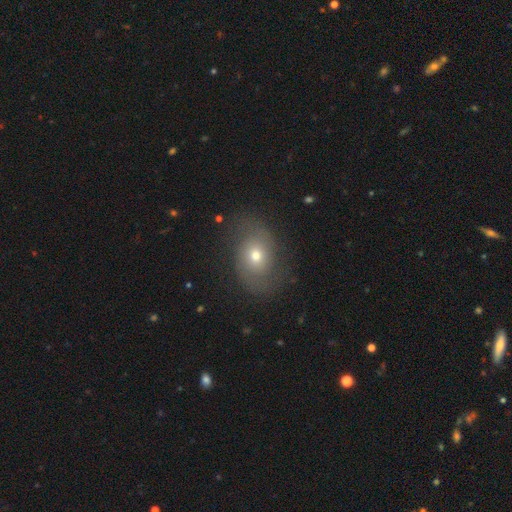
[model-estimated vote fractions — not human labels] A featured or disk galaxy (53%) with no bar (78%), spiral arms (76%) and a moderate central bulge (51%). Merging: none (73%).